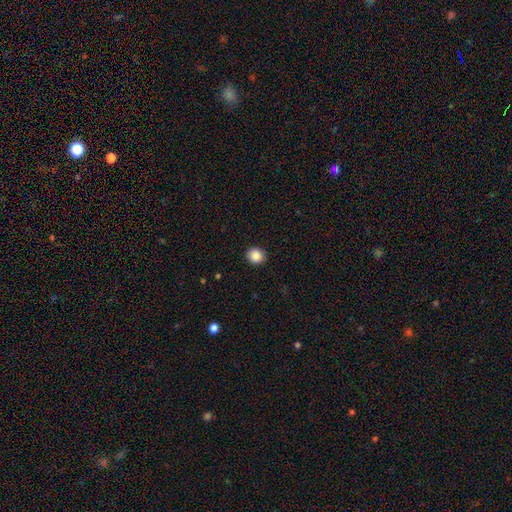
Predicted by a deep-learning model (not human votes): Smooth or featured?
  - smooth: 88% *
  - star or artifact: 9%
  - featured or disk: 3%
How rounded?
  - round: 87% *
  - in between: 12%
  - cigar-shaped: 1%
Merging?
  - none: 92% *
  - minor disturbance: 5%
  - major disturbance: 2%
  - merger: 1%